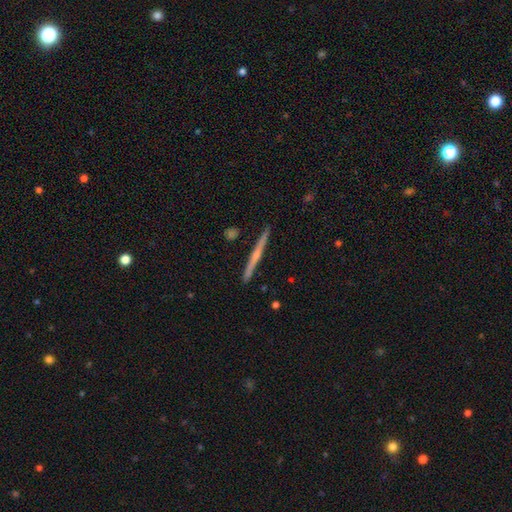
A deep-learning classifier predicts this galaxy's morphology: type=featured or disk (70%); edge-on=yes (98%); edge-on bulge=rounded (60%); merging=none (91%).